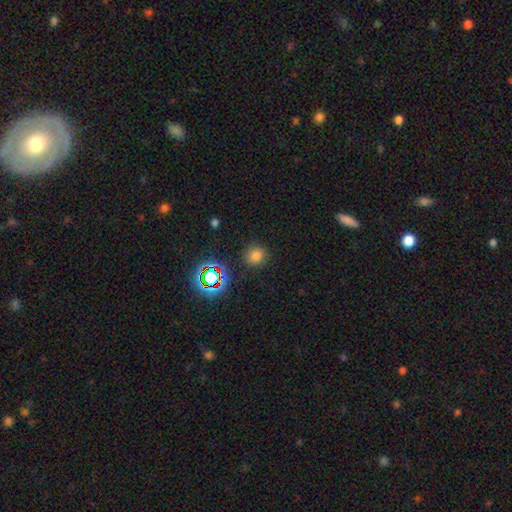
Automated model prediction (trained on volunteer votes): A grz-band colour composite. It shows a smooth galaxy with no disk features (72%) that is round (84%). Merging: none (86%).